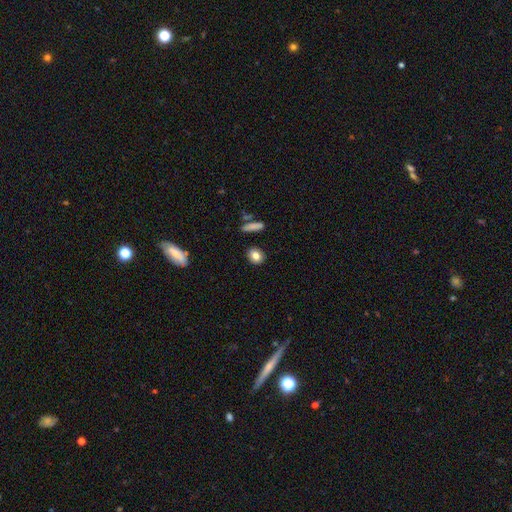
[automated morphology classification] Smooth or featured? Predicted: smooth (p=0.81). How rounded? Predicted: round (p=0.61). Merging? Predicted: none (p=0.87).